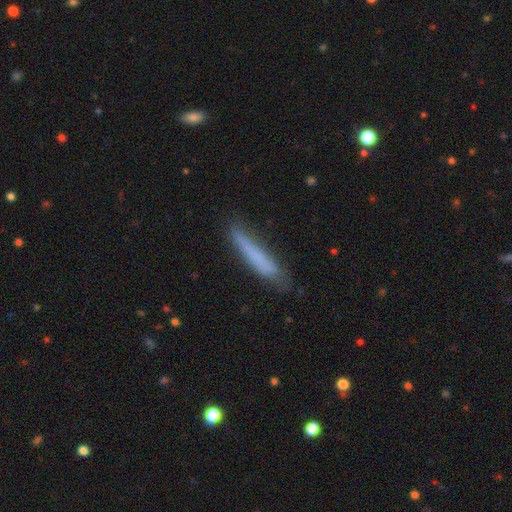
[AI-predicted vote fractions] Smooth or featured? smooth (71%)
How rounded? cigar-shaped (93%)
Merging? none (73%)